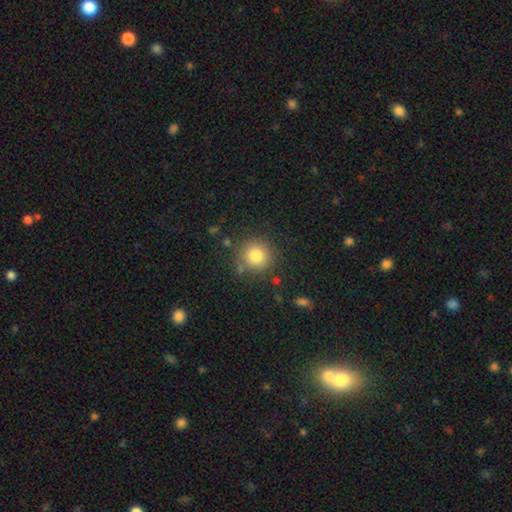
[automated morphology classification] Smooth or featured: smooth — 81% (star or artifact — 11%)
How rounded: round — 93% (in between — 6%)
Merging: none — 83% (minor disturbance — 10%)